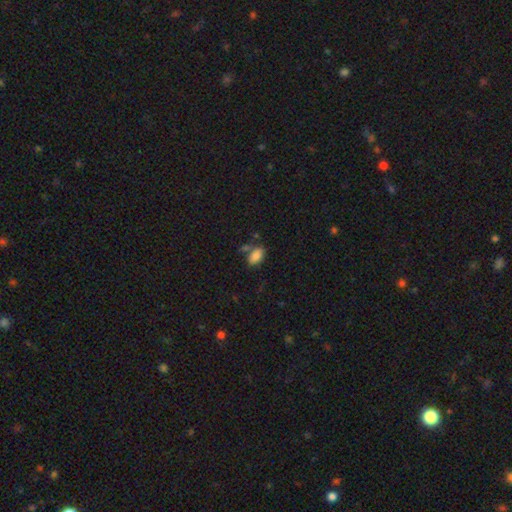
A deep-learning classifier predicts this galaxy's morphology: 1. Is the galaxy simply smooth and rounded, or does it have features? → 84% smooth, 9% star or artifact, 7% featured or disk.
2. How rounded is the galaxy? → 92% in between, 6% round, 2% cigar-shaped.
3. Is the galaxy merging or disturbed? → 59% none, 19% merger, 17% minor disturbance, 5% major disturbance.